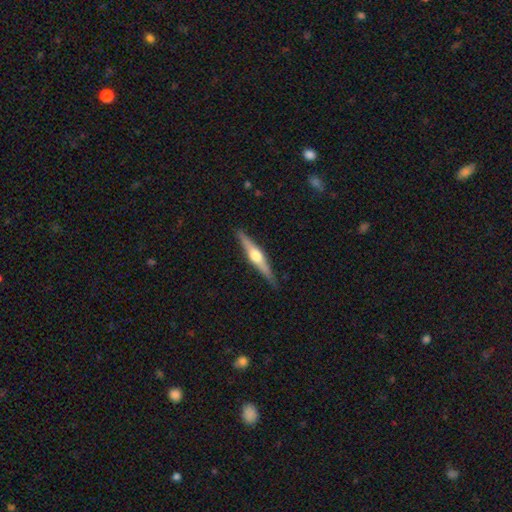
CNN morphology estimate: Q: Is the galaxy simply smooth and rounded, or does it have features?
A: featured or disk — 71%.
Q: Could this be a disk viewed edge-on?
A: yes — 97%.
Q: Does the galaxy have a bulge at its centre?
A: rounded — 93%.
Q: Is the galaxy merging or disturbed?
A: none — 89%.